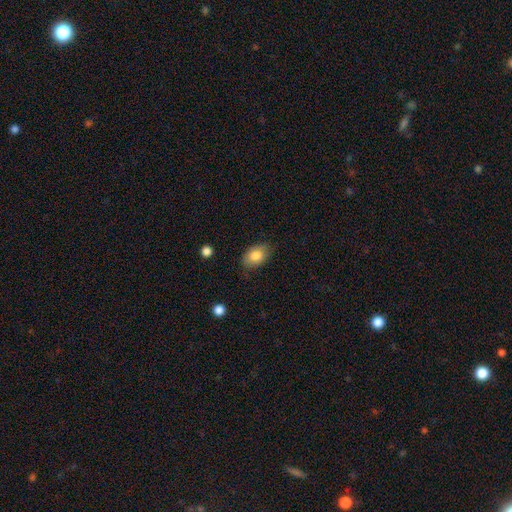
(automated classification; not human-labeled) Overall: smooth (82%). How rounded: in between (85%). Merging: none (78%).